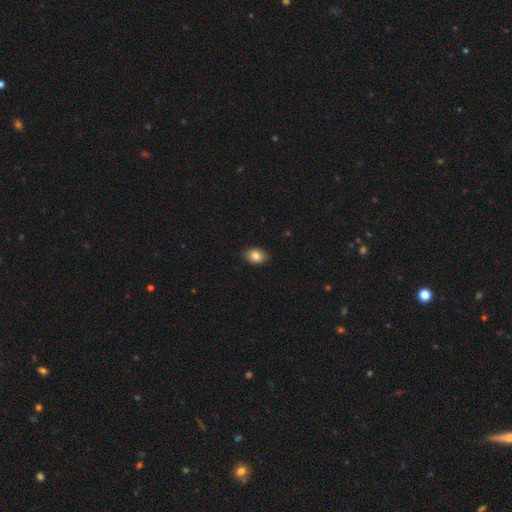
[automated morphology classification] A smooth galaxy with no disk features (84%) that is in between round and cigar-shaped (80%). Merging: none (89%).